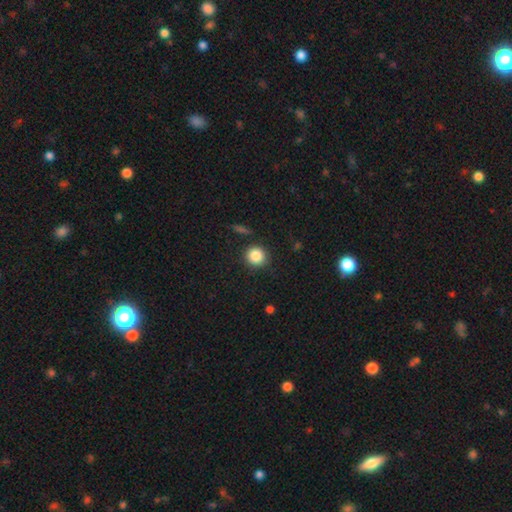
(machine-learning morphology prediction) This is clearly a smooth galaxy (86%). How rounded: clearly round (91%). Merging: clearly none (87%).